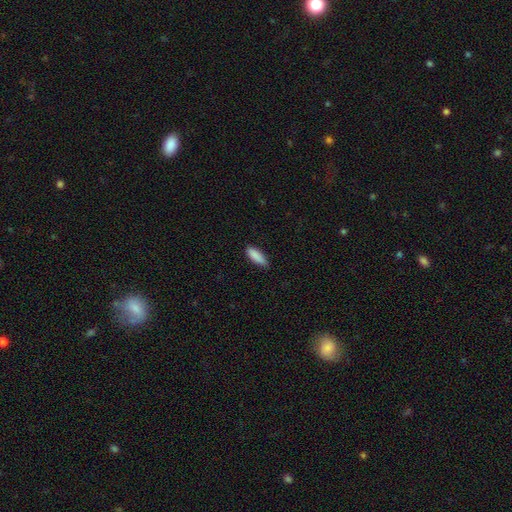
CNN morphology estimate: smooth-or-featured: smooth: 89% | star or artifact: 6% | featured or disk: 5%
  how-rounded: in between: 60% | cigar-shaped: 39% | round: 2%
  merging: none: 79% | minor disturbance: 17% | major disturbance: 2% | merger: 1%